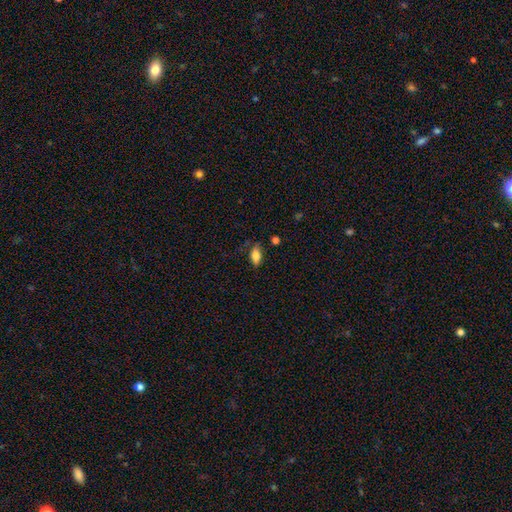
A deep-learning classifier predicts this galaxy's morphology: smooth 81%, featured or disk 11%, star or artifact 8%. Down the decision tree: how rounded — in between (86%); merging — none (73%).